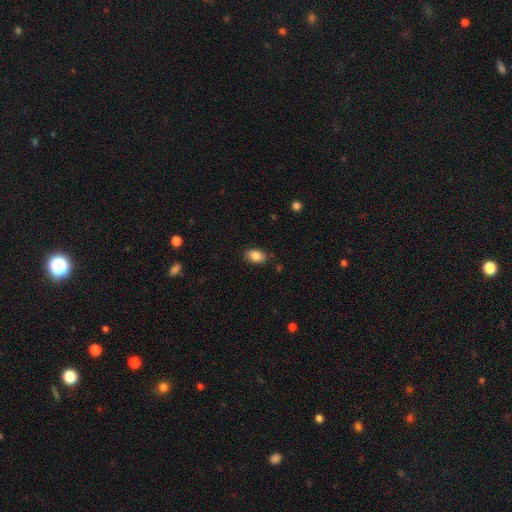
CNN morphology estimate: Smooth or featured?
  - smooth: 85% *
  - star or artifact: 8%
  - featured or disk: 7%
How rounded?
  - in between: 86% *
  - round: 13%
  - cigar-shaped: 1%
Merging?
  - none: 85% *
  - minor disturbance: 12%
  - major disturbance: 2%
  - merger: 1%